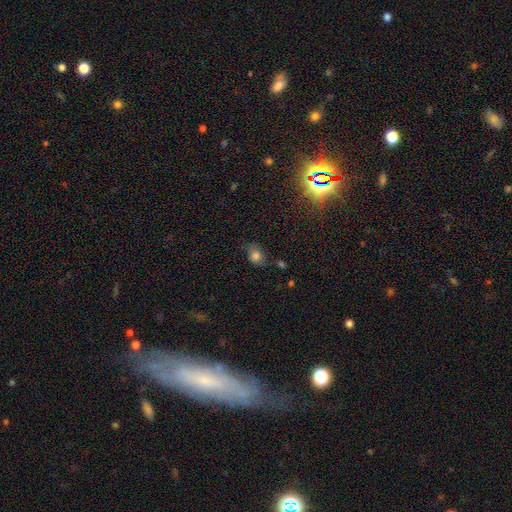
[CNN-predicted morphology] Smooth or featured: smooth — 76% (star or artifact — 14%)
How rounded: in between — 62% (round — 37%)
Merging: none — 61% (minor disturbance — 27%)